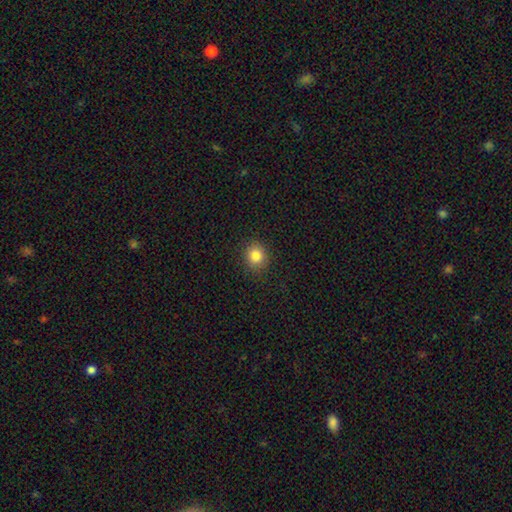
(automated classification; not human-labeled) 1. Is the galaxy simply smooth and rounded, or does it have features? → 83% smooth, 11% star or artifact, 6% featured or disk.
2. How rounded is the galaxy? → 79% round, 20% in between, 1% cigar-shaped.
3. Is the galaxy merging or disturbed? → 89% none, 8% minor disturbance, 2% major disturbance, 1% merger.